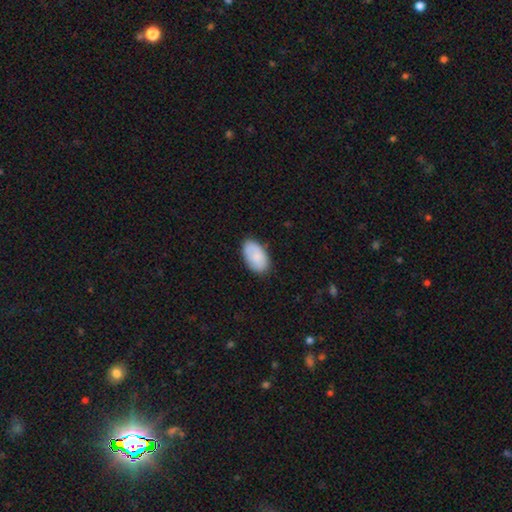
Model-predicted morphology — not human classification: smooth_or_featured: smooth (p=0.84) [alt: featured or disk p=0.09]
how_rounded: in between (p=0.94) [alt: round p=0.05]
merging: none (p=0.80) [alt: minor disturbance p=0.15]